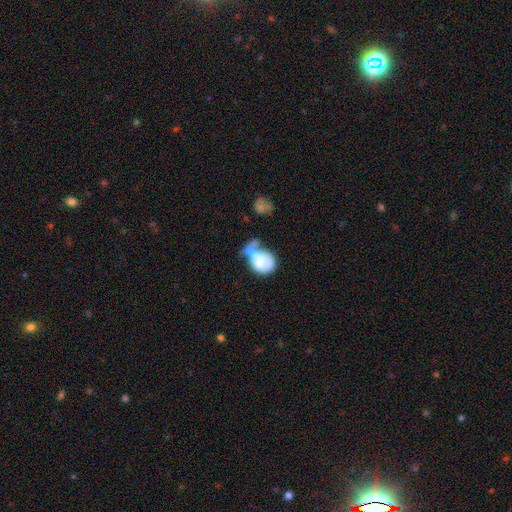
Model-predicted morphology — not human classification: Q: Smooth or featured?
A: smooth (62%); runner-up: featured or disk (30%)
Q: How rounded?
A: in between (57%); runner-up: round (42%)
Q: Merging?
A: merger (46%); runner-up: major disturbance (23%)